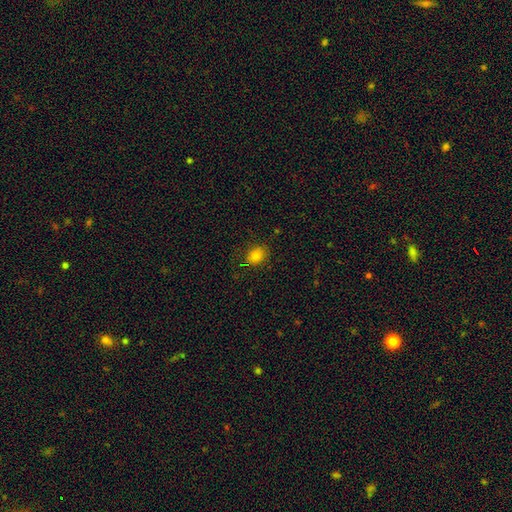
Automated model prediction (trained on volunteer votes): Smooth or featured?
  - smooth: 81% *
  - star or artifact: 12%
  - featured or disk: 6%
How rounded?
  - round: 52% *
  - in between: 47%
  - cigar-shaped: 1%
Merging?
  - none: 81% *
  - minor disturbance: 14%
  - major disturbance: 4%
  - merger: 1%